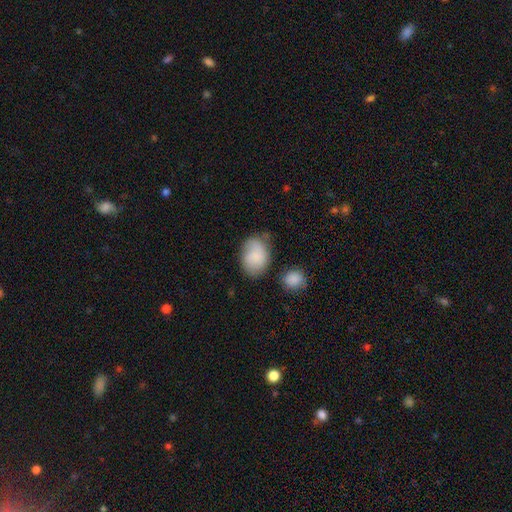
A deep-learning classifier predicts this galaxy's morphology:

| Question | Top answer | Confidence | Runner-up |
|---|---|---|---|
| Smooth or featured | smooth | 79% | featured or disk (14%) |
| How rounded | in between | 80% | round (19%) |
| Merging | none | 58% | minor disturbance (26%) |